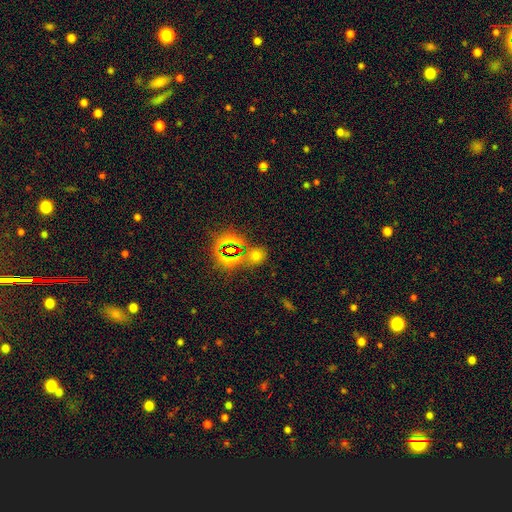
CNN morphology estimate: type=smooth (52%); roundness=round (70%); merging=none (74%).